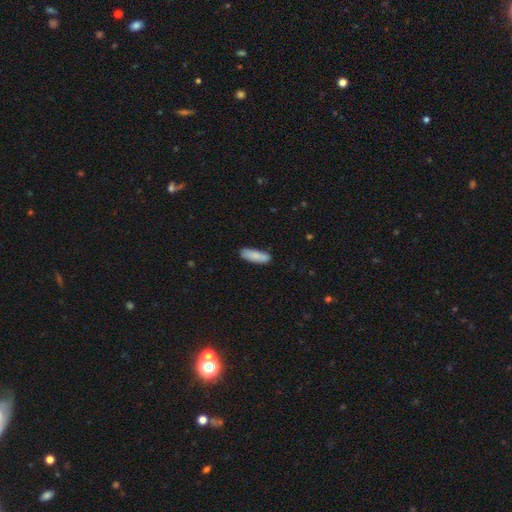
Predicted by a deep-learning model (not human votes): The model was most divided on "how rounded": in between: 52%, cigar-shaped: 46%, round: 2%. More confident: smooth or featured — smooth (83%); merging — none (81%).